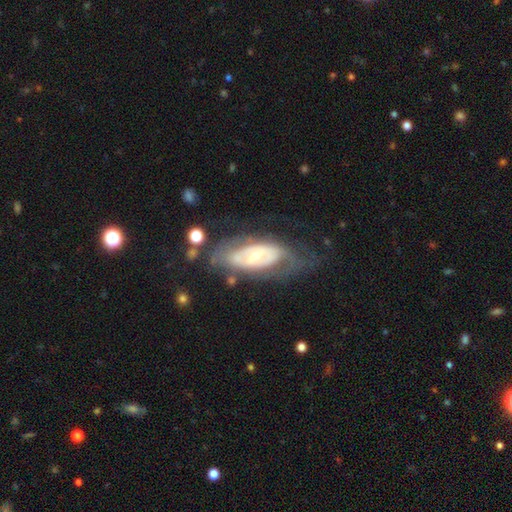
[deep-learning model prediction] The model was most divided on "bulge size": small: 59%, moderate: 35%, large: 3%, none: 2%, dominant: 1%. More confident: edge-on disk — no (89%); smooth or featured — featured or disk (74%); spiral arms — yes (69%); bar — no (56%); merging — none (53%).